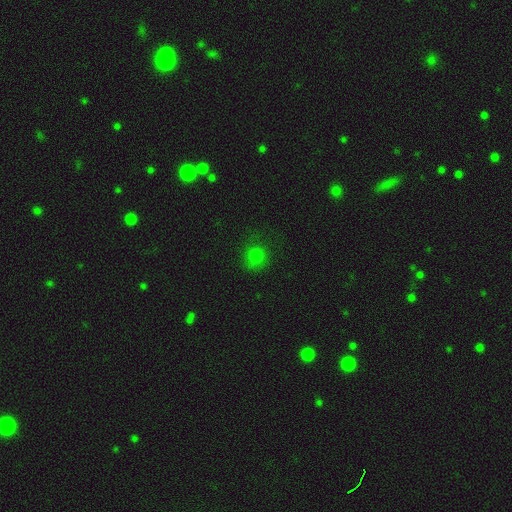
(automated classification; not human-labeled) Smooth or featured? Predicted: smooth (p=0.77). How rounded? Predicted: round (p=0.87). Merging? Predicted: none (p=0.78).